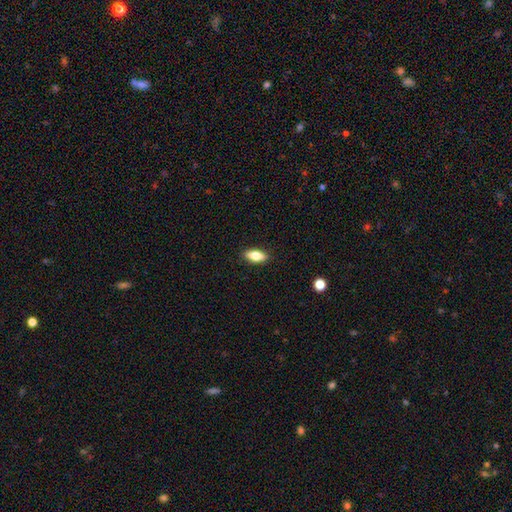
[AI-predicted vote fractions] This appears to be a smooth galaxy with no disk features (72%) that is in between round and cigar-shaped (79%). Merging: none (89%).